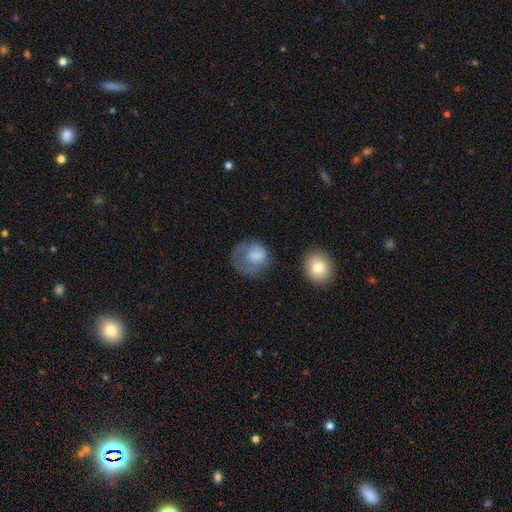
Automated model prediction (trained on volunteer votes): Smooth or featured? smooth (62%)
How rounded? round (68%)
Merging? none (39%)